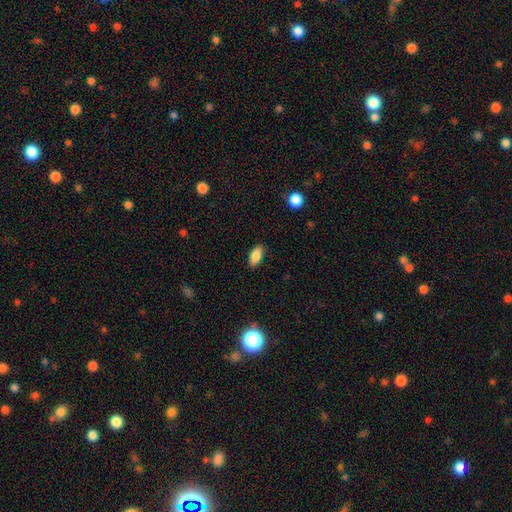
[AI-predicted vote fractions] A smooth galaxy with no disk features (86%) that is in between round and cigar-shaped (89%). Merging: none (86%).